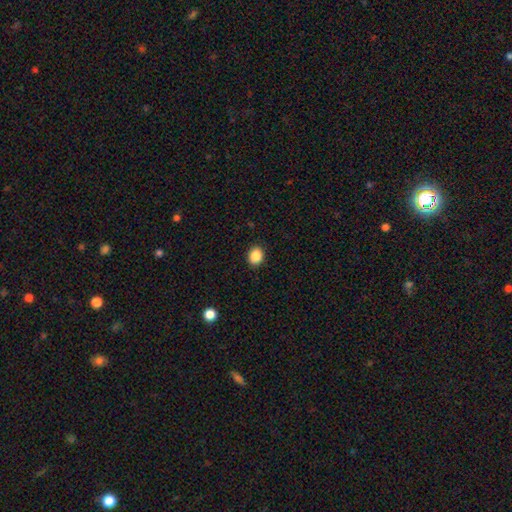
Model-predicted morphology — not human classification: smooth_or_featured: smooth (p=0.87) [alt: star or artifact p=0.09]
how_rounded: round (p=0.57) [alt: in between p=0.42]
merging: none (p=0.90) [alt: minor disturbance p=0.07]